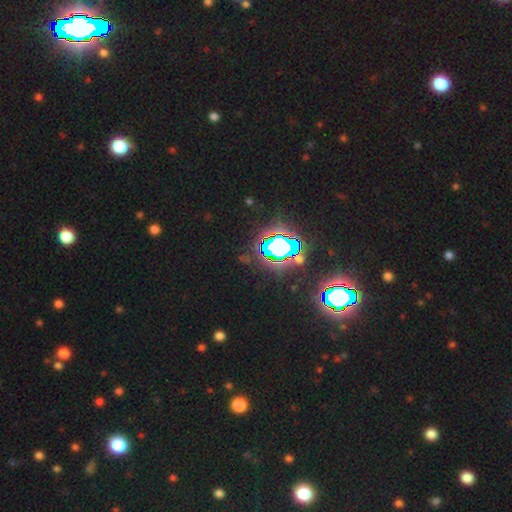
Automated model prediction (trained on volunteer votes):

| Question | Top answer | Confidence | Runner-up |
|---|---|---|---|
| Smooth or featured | star or artifact | 83% | smooth (10%) |